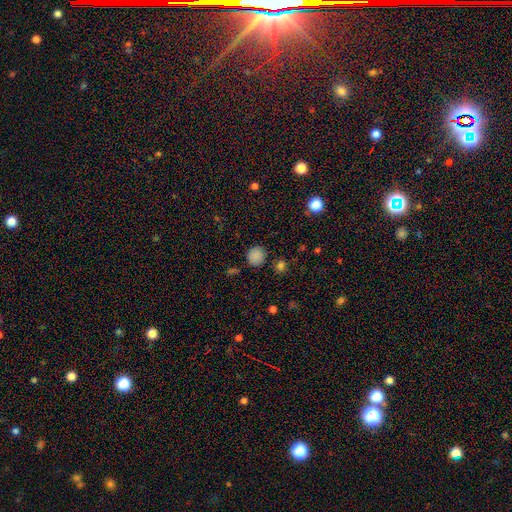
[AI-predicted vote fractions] Smooth or featured? smooth (84%)
How rounded? round (88%)
Merging? none (85%)